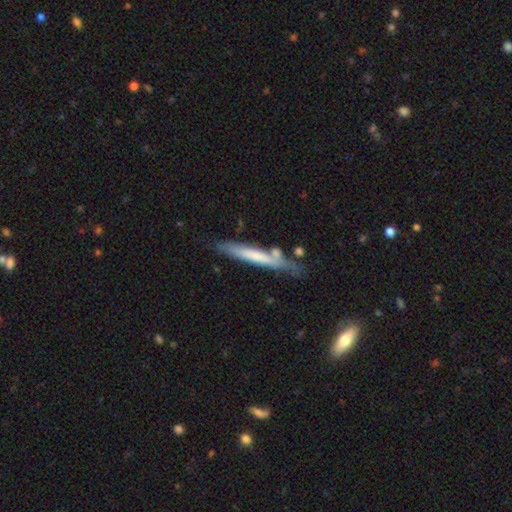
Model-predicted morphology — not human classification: A smooth galaxy with no disk features (54%) that is cigar-shaped (94%). Merging: none (69%).